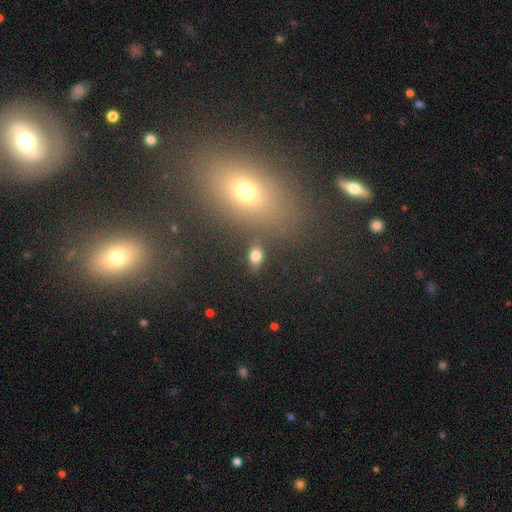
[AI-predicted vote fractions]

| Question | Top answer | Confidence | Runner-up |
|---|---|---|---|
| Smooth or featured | smooth | 77% | star or artifact (14%) |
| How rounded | in between | 79% | round (18%) |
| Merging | none | 79% | minor disturbance (11%) |